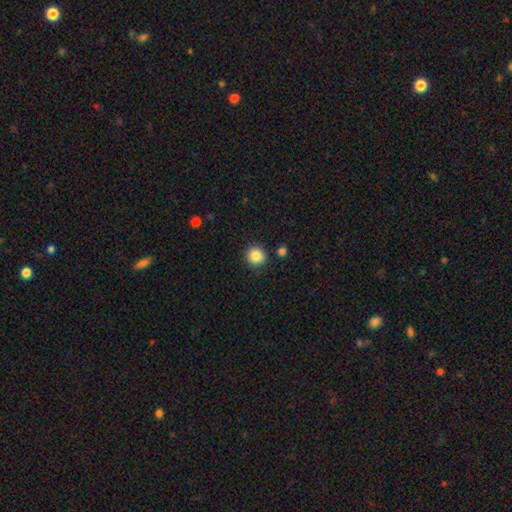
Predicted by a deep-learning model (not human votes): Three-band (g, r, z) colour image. It shows a smooth galaxy with no disk features (85%) that is round (91%). Merging: none (87%).